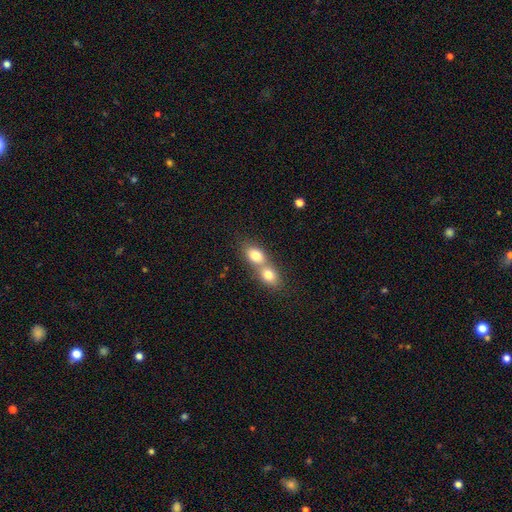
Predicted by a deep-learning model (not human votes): Smooth or featured? smooth (78%)
How rounded? in between (69%)
Merging? merger (71%)